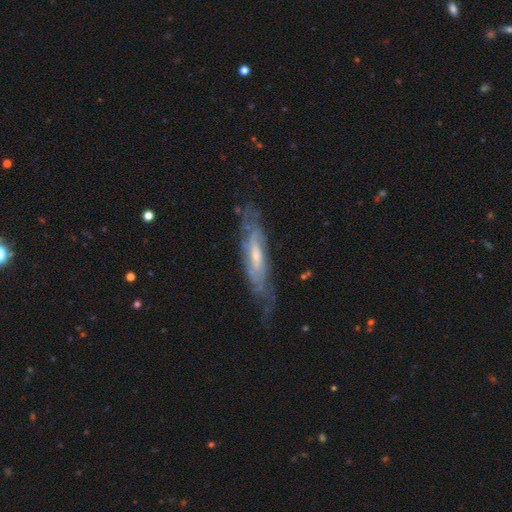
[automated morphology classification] Smooth or featured? featured or disk (72%)
Edge-on disk? no (57%)
Merging? none (61%)